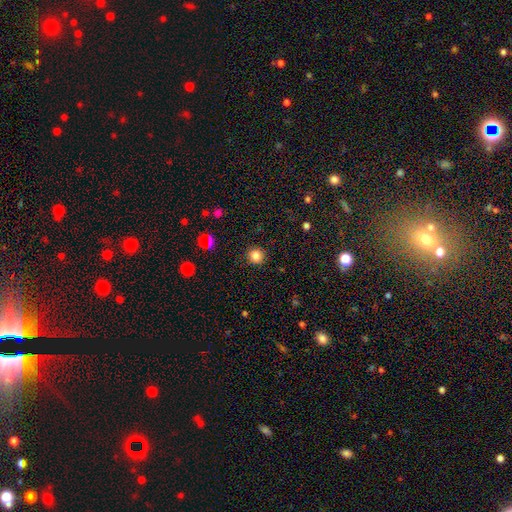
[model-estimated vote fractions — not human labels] A smooth galaxy with no disk features (83%) that is round (93%). Merging: none (92%).